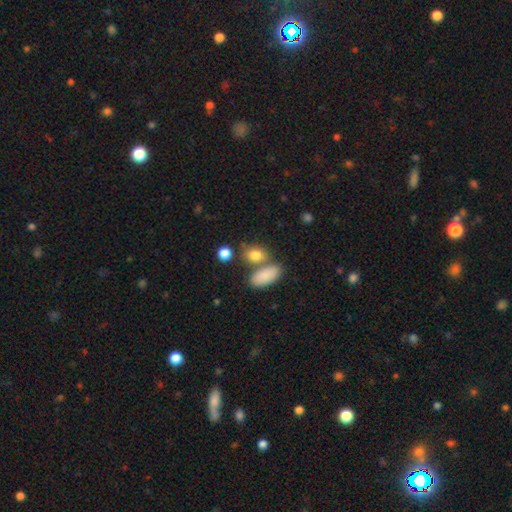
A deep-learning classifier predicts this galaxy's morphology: Smooth or featured: smooth — 84% (star or artifact — 9%)
How rounded: in between — 73% (round — 22%)
Merging: none — 57% (merger — 26%)